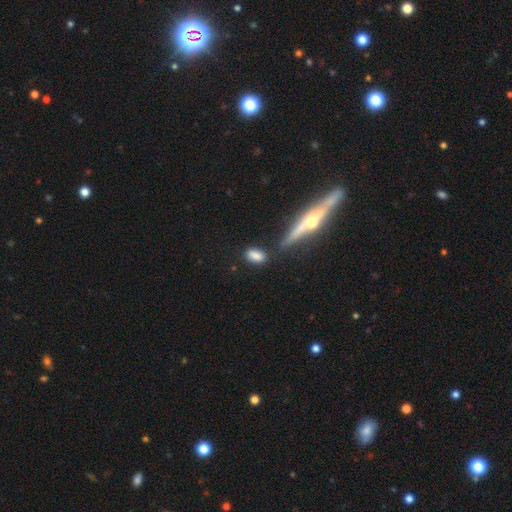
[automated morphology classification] smooth 82%, featured or disk 10%, star or artifact 8%. Down the decision tree: how rounded — in between (84%); merging — none (74%).